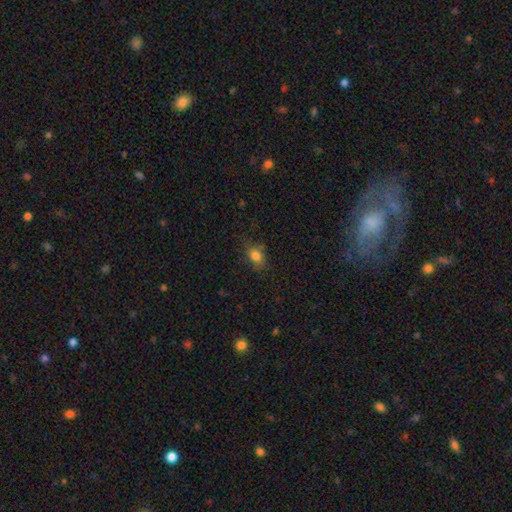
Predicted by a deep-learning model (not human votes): The model was most divided on "how rounded": in between: 67%, round: 30%, cigar-shaped: 3%. More confident: smooth or featured — smooth (79%); merging — none (70%).